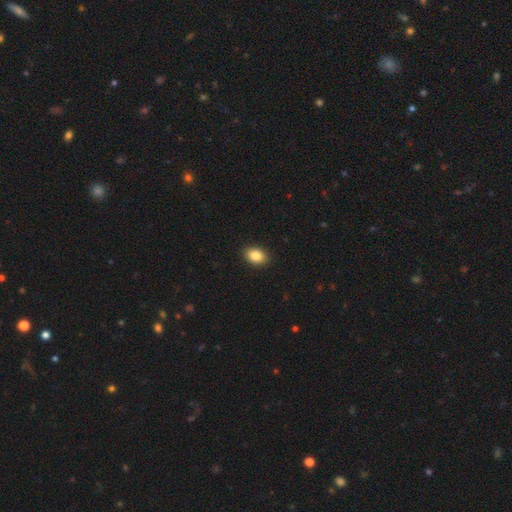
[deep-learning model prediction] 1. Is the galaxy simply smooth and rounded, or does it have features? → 86% smooth, 9% star or artifact, 5% featured or disk.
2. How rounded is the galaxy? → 74% in between, 25% round, 1% cigar-shaped.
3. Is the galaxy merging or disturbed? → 90% none, 7% minor disturbance, 2% major disturbance, 1% merger.